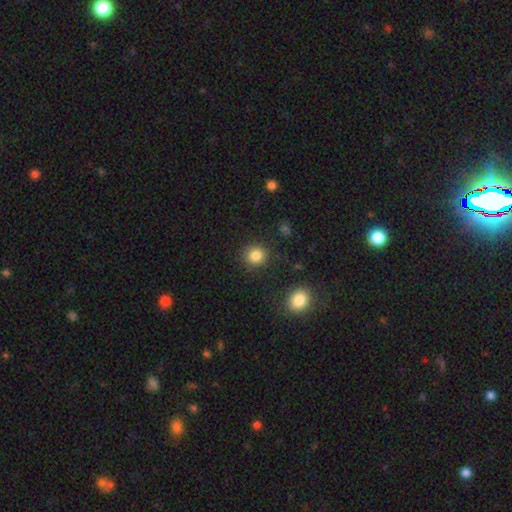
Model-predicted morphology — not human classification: smooth 84%, star or artifact 11%, featured or disk 5%. Down the decision tree: how rounded — round (86%); merging — none (88%).